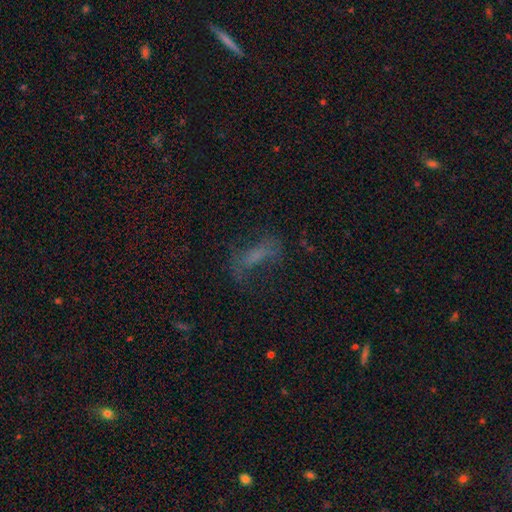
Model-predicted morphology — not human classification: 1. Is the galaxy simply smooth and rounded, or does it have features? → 38% smooth, 37% featured or disk, 25% star or artifact.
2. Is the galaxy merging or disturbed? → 45% none, 30% major disturbance, 21% minor disturbance, 3% merger.